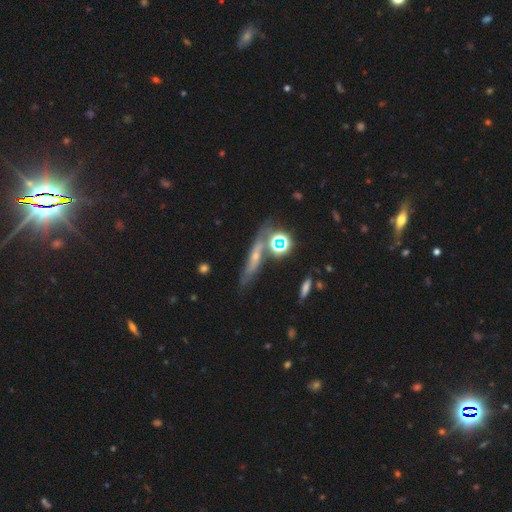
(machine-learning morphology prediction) featured or disk 45%, smooth 35%, star or artifact 20%. Down the decision tree: merging — none (62%).